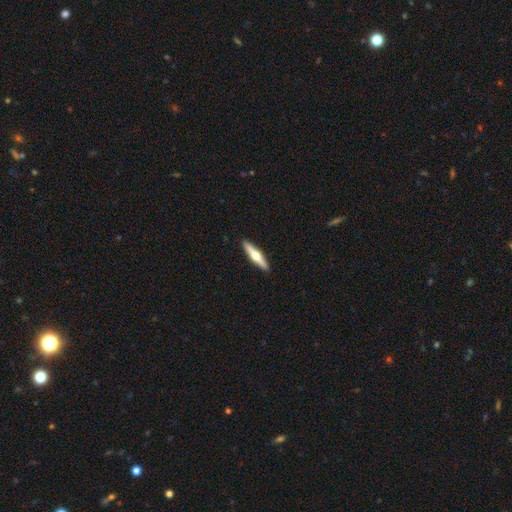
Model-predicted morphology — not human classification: The model was most divided on "smooth or featured": featured or disk: 62%, smooth: 33%, star or artifact: 5%. More confident: edge-on disk — yes (97%); edge-on bulge — rounded (94%); merging — none (92%).